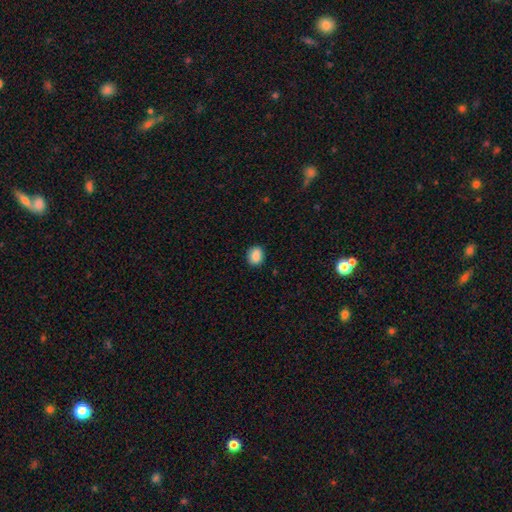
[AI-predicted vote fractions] Q: Smooth or featured?
A: smooth (88%); runner-up: star or artifact (8%)
Q: How rounded?
A: round (51%); runner-up: in between (48%)
Q: Merging?
A: none (86%); runner-up: minor disturbance (11%)